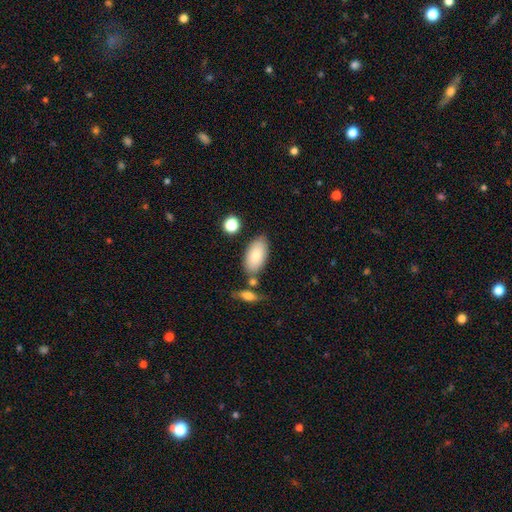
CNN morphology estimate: A smooth galaxy with no disk features (81%) that is in between round and cigar-shaped (93%).

Vote fractions:
- Smooth or featured? smooth: 81% / featured or disk: 12% / star or artifact: 7%
- How rounded? in between: 93% / cigar-shaped: 4% / round: 3%
- Merging? none: 74% / minor disturbance: 14% / merger: 8% / major disturbance: 3%